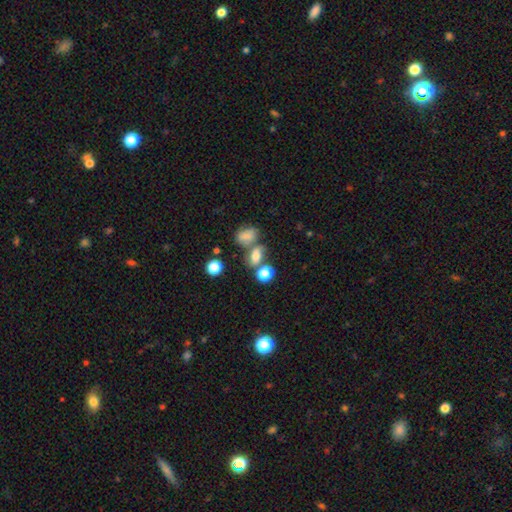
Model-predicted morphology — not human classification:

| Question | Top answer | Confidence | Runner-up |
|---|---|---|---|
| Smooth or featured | smooth | 67% | star or artifact (18%) |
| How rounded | in between | 65% | round (32%) |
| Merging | none | 47% | merger (32%) |